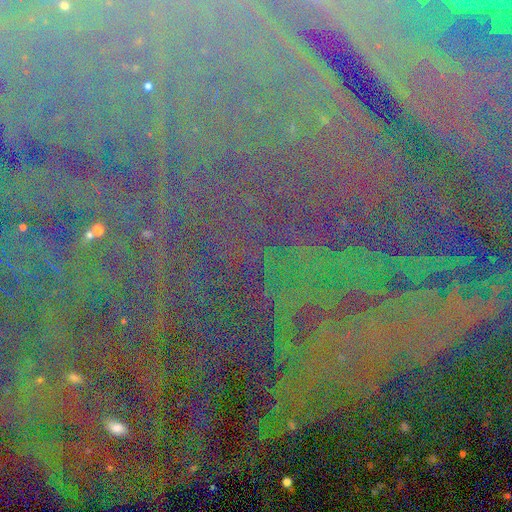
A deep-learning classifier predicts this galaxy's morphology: Overall: star or artifact (85%).